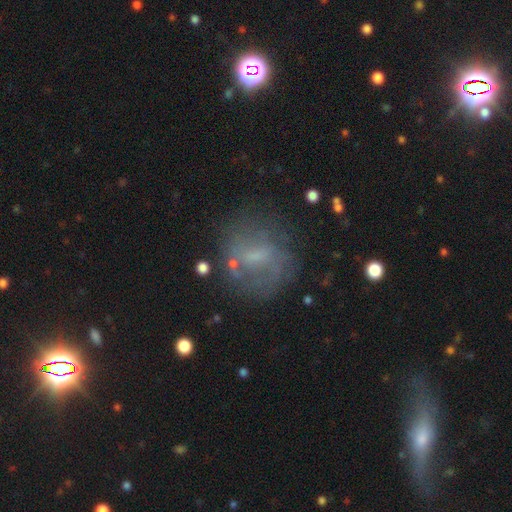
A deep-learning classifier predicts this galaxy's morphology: smooth_or_featured: featured or disk (p=0.48) [alt: smooth p=0.37]
merging: none (p=0.63) [alt: minor disturbance p=0.19]